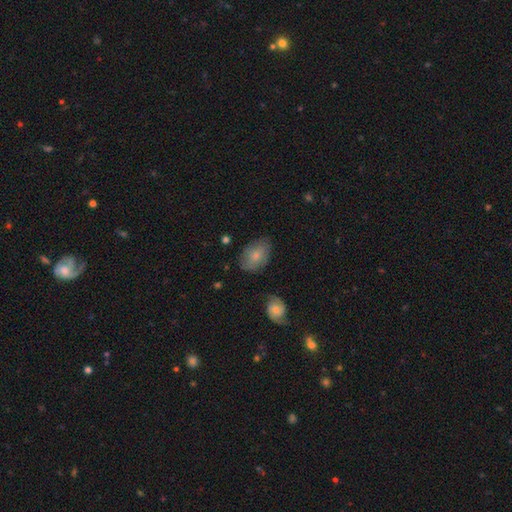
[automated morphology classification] smooth_or_featured: smooth (p=0.73) [alt: featured or disk p=0.21]
how_rounded: in between (p=0.87) [alt: round p=0.12]
merging: none (p=0.72) [alt: minor disturbance p=0.20]